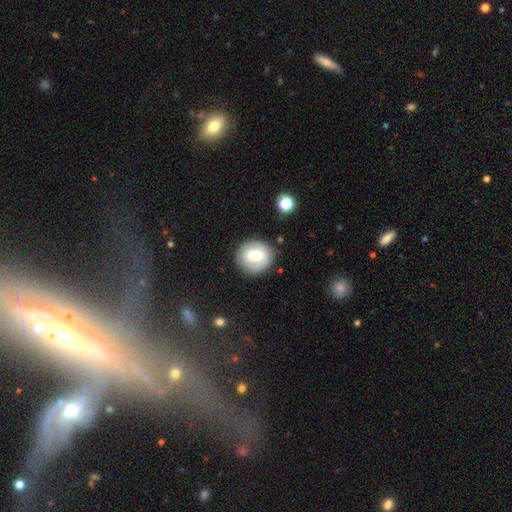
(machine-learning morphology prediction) Smooth or featured: smooth — 59% (featured or disk — 32%)
How rounded: round — 81% (in between — 18%)
Merging: none — 80% (minor disturbance — 14%)